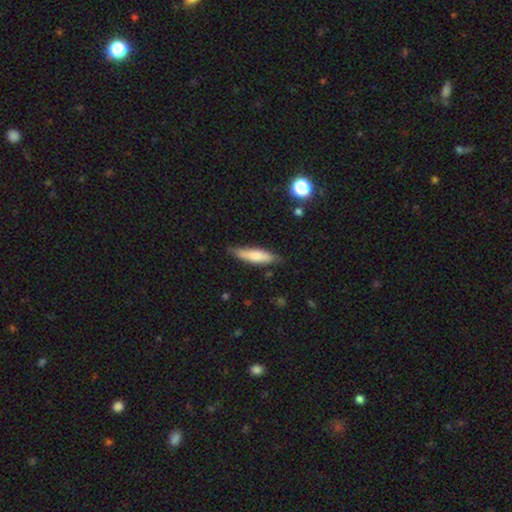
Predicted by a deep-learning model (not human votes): Smooth or featured? smooth (74%)
How rounded? cigar-shaped (72%)
Merging? none (77%)